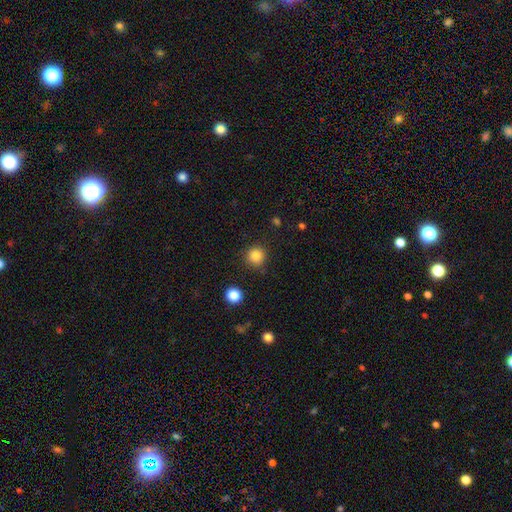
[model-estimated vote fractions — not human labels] A smooth galaxy with no disk features (85%) that is round (94%).

Vote fractions:
- Smooth or featured? smooth: 85% / star or artifact: 11% / featured or disk: 3%
- How rounded? round: 94% / in between: 5% / cigar-shaped: 1%
- Merging? none: 86% / minor disturbance: 8% / major disturbance: 3% / merger: 2%